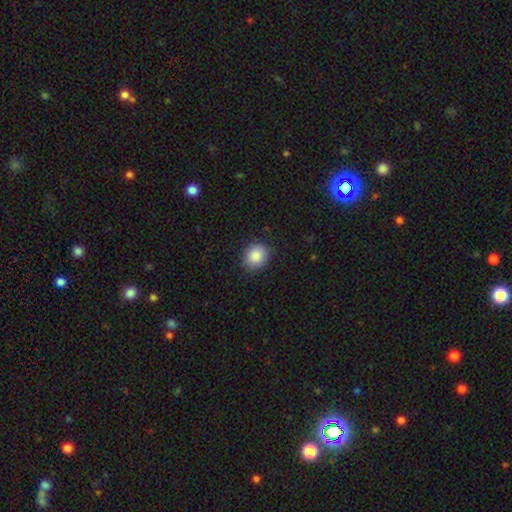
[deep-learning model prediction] A smooth galaxy with no disk features (87%) that is round (74%). Merging: none (87%).